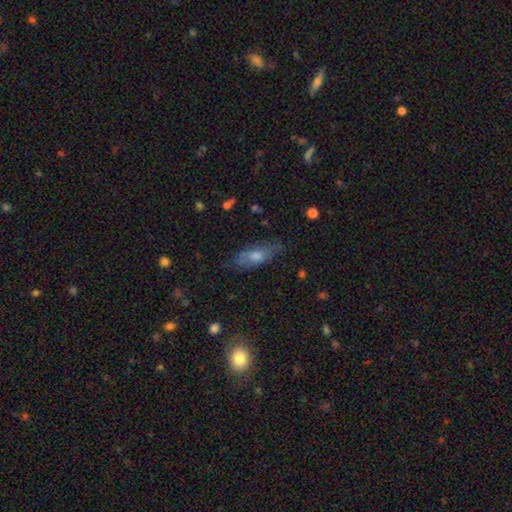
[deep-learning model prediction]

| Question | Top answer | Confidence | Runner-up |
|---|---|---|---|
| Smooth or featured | smooth | 58% | featured or disk (31%) |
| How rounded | in between | 62% | cigar-shaped (33%) |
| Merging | none | 75% | minor disturbance (18%) |